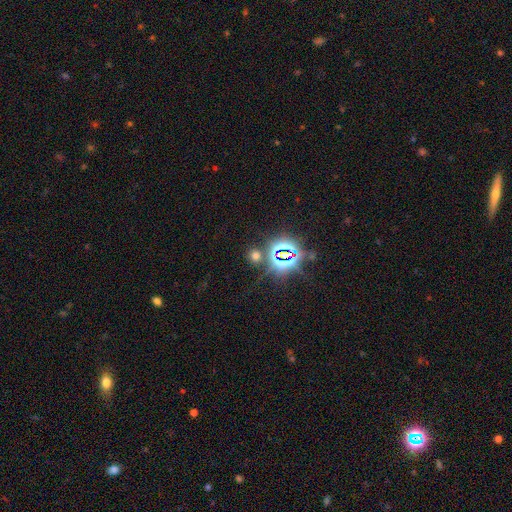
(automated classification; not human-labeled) Smooth or featured: star or artifact — 48% (smooth — 45%)